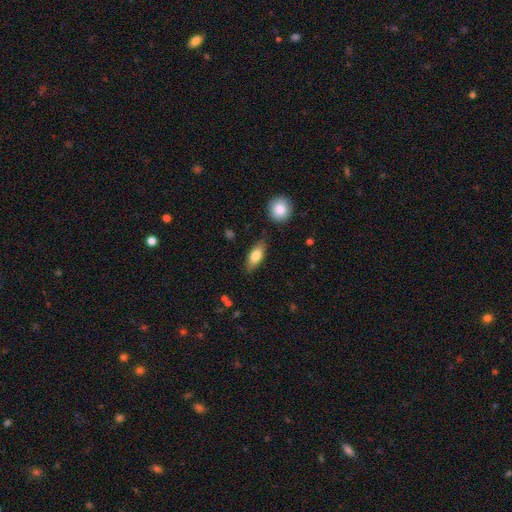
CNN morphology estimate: smooth_or_featured: smooth (p=0.76) [alt: featured or disk p=0.18]
how_rounded: in between (p=0.78) [alt: cigar-shaped p=0.19]
merging: none (p=0.82) [alt: minor disturbance p=0.12]